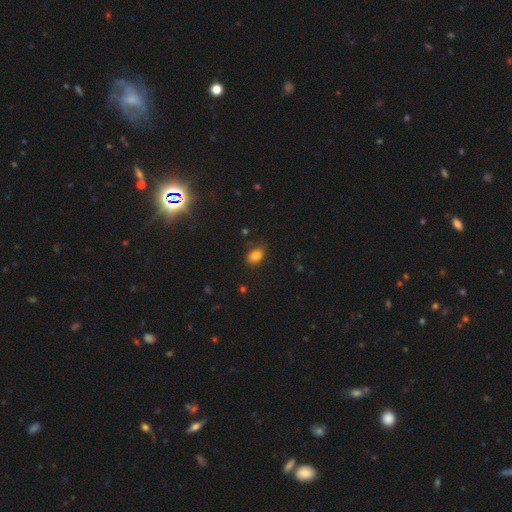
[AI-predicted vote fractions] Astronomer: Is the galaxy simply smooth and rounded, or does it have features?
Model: smooth — 81%.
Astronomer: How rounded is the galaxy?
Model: in between — 71%.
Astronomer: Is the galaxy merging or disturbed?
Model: none — 79%.